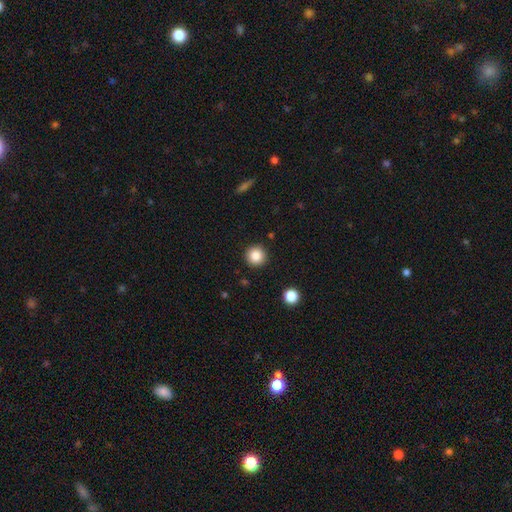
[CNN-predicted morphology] Q: Smooth or featured?
A: smooth (86%); runner-up: star or artifact (10%)
Q: How rounded?
A: round (95%); runner-up: in between (4%)
Q: Merging?
A: none (91%); runner-up: minor disturbance (6%)